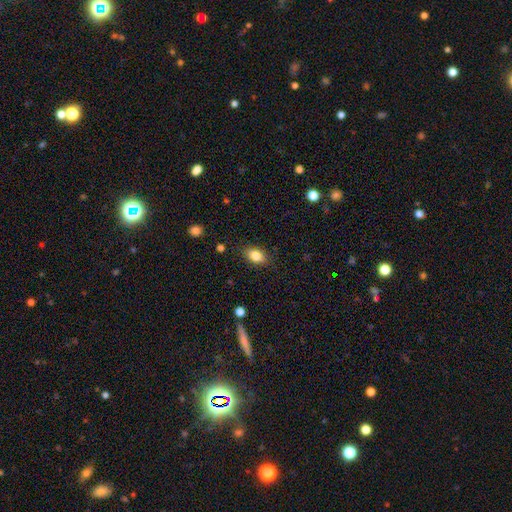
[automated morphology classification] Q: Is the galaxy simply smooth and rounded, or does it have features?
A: smooth — 84%.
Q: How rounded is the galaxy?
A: in between — 82%.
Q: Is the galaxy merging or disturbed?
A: none — 85%.